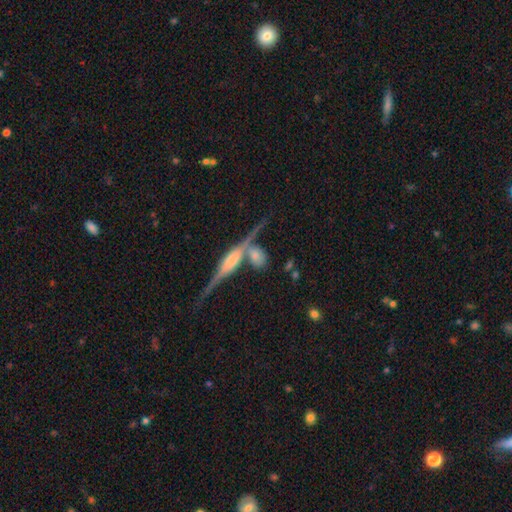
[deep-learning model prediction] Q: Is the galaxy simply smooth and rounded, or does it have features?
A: featured or disk — 51%.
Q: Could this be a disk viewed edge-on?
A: yes — 81%.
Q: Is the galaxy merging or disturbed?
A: none — 49%.